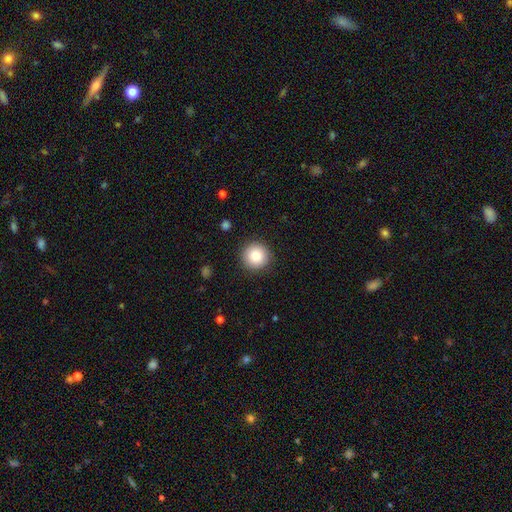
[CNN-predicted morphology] A smooth galaxy with no disk features (84%) that is round (95%).

Vote fractions:
- Smooth or featured? smooth: 84% / star or artifact: 9% / featured or disk: 7%
- How rounded? round: 95% / in between: 4% / cigar-shaped: 1%
- Merging? none: 91% / minor disturbance: 6% / major disturbance: 2% / merger: 1%